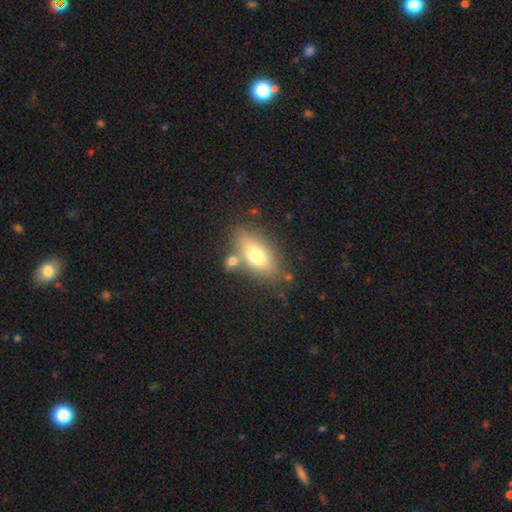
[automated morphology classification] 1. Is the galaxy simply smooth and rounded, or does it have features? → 70% smooth, 21% featured or disk, 8% star or artifact.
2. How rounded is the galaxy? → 84% in between, 10% cigar-shaped, 7% round.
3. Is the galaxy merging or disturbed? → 67% none, 14% merger, 14% minor disturbance, 5% major disturbance.